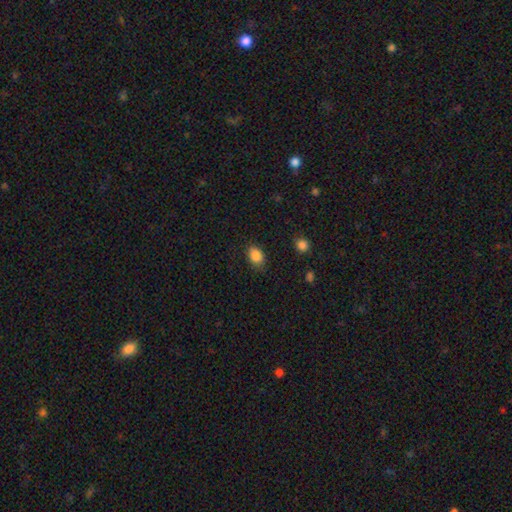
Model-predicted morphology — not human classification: Smooth or featured: smooth — 86% (star or artifact — 9%)
How rounded: in between — 77% (round — 22%)
Merging: none — 83% (minor disturbance — 13%)